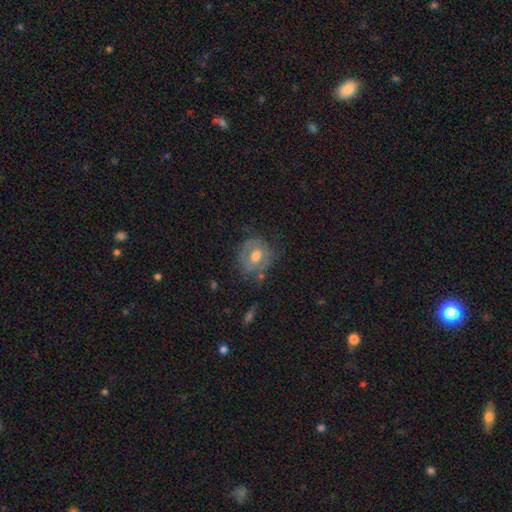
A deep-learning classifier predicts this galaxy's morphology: A featured or disk galaxy (48%). Merging: none (62%).